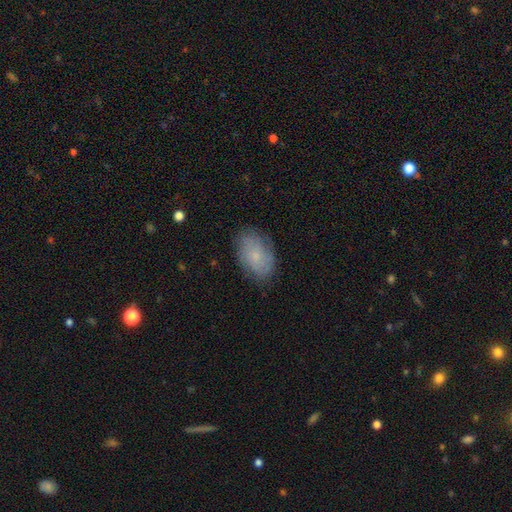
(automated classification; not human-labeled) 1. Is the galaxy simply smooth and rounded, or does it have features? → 54% smooth, 38% featured or disk, 8% star or artifact.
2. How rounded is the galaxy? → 88% in between, 10% round, 1% cigar-shaped.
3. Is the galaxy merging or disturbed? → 77% none, 17% minor disturbance, 5% major disturbance, 1% merger.